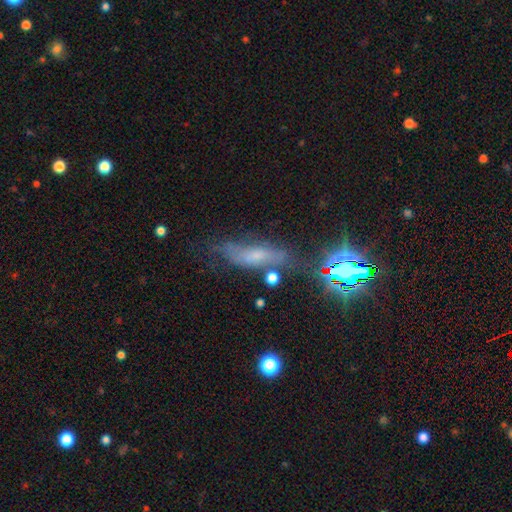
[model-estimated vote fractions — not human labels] Smooth or featured? Predicted: smooth (p=0.43). Merging? Predicted: none (p=0.48).